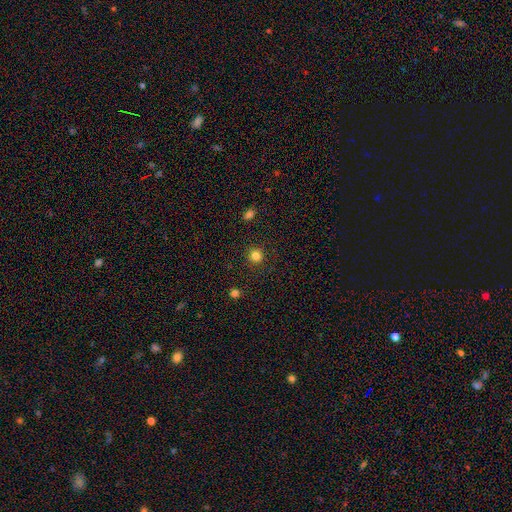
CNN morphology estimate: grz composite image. It shows a smooth galaxy with no disk features (83%) that is round (94%). Merging: none (91%).